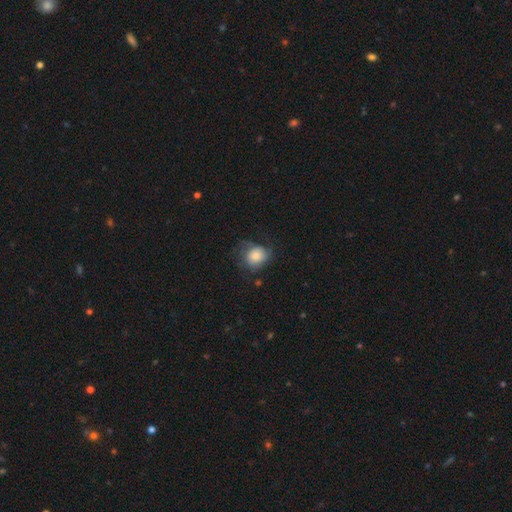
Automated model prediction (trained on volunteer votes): Smooth or featured: smooth — 72% (featured or disk — 20%)
How rounded: round — 72% (in between — 27%)
Merging: none — 52% (minor disturbance — 27%)